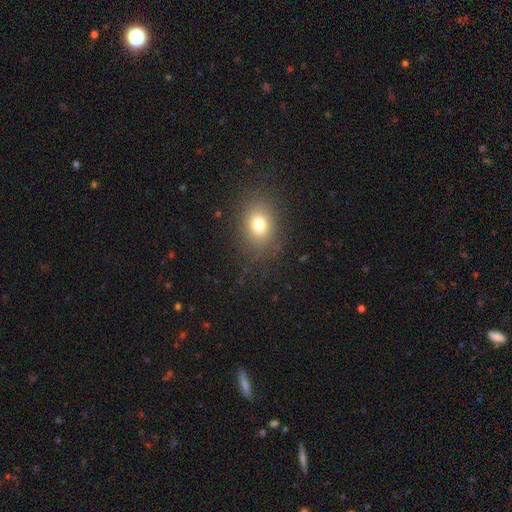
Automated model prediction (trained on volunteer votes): Smooth or featured?
  - smooth: 73% *
  - star or artifact: 18%
  - featured or disk: 9%
How rounded?
  - in between: 59% *
  - round: 40%
  - cigar-shaped: 1%
Merging?
  - none: 88% *
  - minor disturbance: 9%
  - major disturbance: 3%
  - merger: 1%